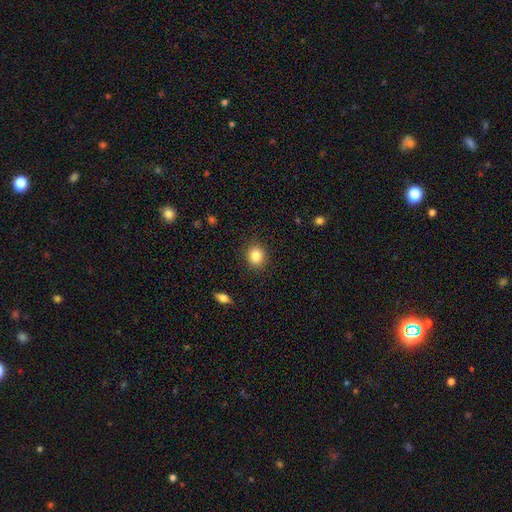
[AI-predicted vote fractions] Morphology: type=smooth (85%); roundness=round (73%); merging=none (88%).